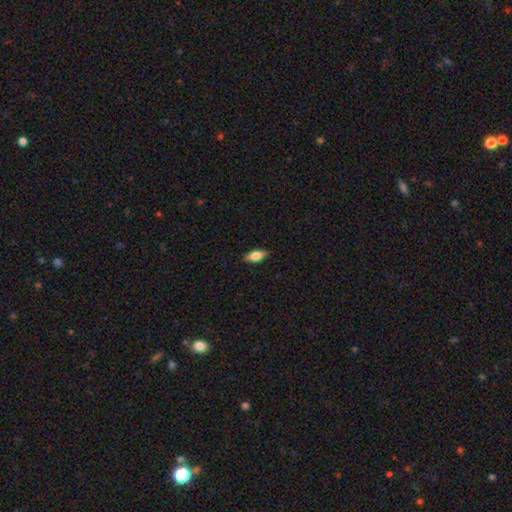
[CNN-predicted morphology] Smooth or featured? smooth (73%)
How rounded? in between (84%)
Merging? none (86%)